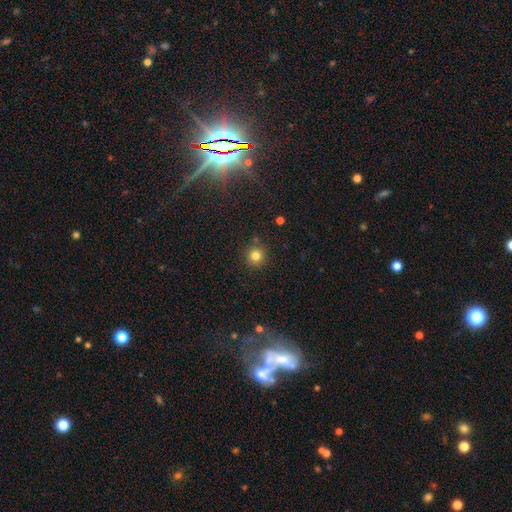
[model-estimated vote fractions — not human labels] This appears to be a smooth galaxy with no disk features (81%) that is round (94%). Merging: none (87%).